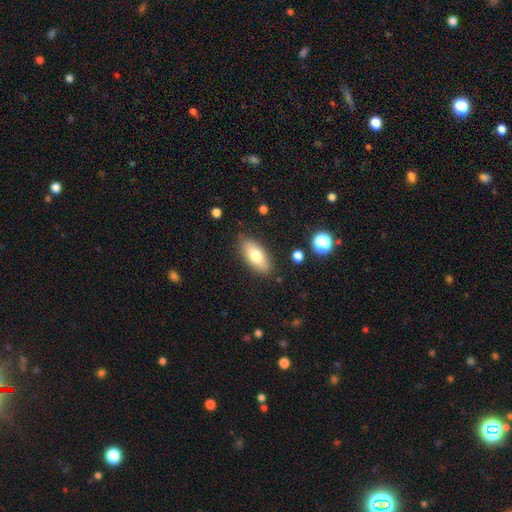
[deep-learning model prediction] A smooth galaxy with no disk features (74%) that is in between round and cigar-shaped (84%).

Vote fractions:
- Smooth or featured? smooth: 74% / featured or disk: 19% / star or artifact: 7%
- How rounded? in between: 84% / cigar-shaped: 13% / round: 3%
- Merging? none: 84% / minor disturbance: 12% / major disturbance: 3% / merger: 2%